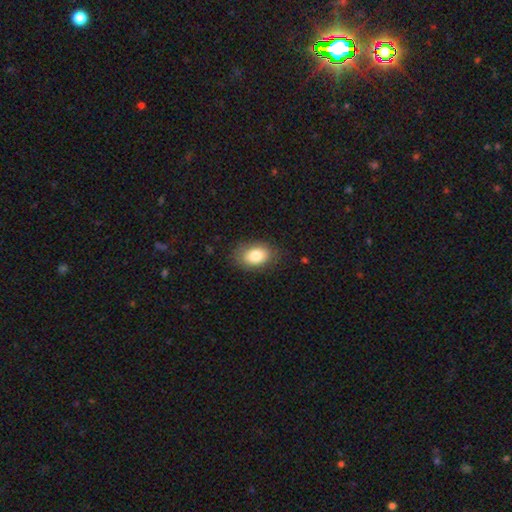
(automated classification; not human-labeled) This appears to be a smooth galaxy with no disk features (80%) that is in between round and cigar-shaped (82%). Merging: none (79%).